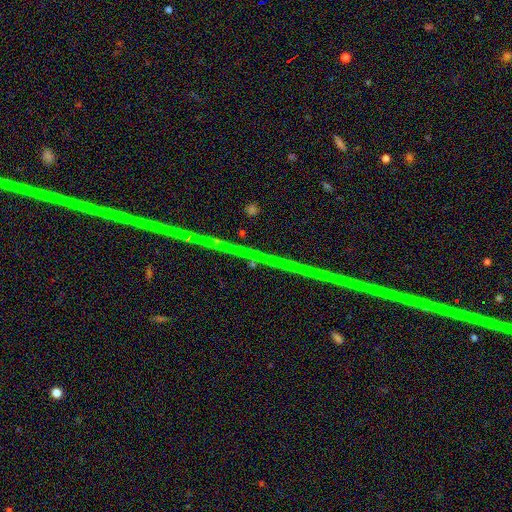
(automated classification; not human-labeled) This is likely a star or artifact rather than a galaxy (75%).